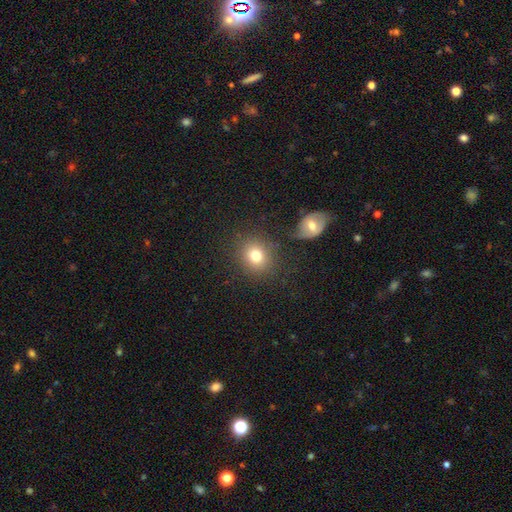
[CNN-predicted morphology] Smooth or featured?
  - smooth: 78% *
  - star or artifact: 12%
  - featured or disk: 10%
How rounded?
  - round: 76% *
  - in between: 23%
  - cigar-shaped: 1%
Merging?
  - none: 79% *
  - minor disturbance: 10%
  - merger: 6%
  - major disturbance: 4%